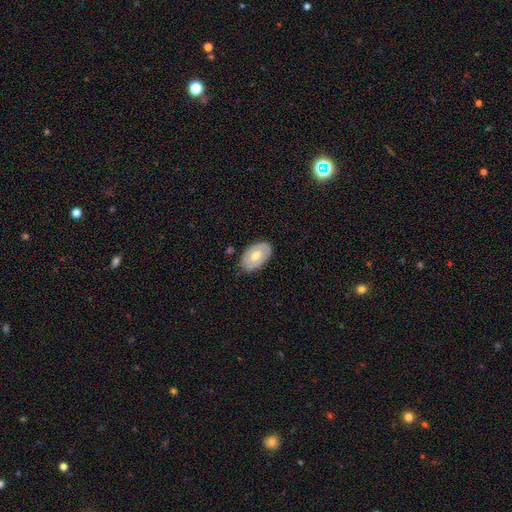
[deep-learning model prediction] Smooth or featured: featured or disk — 51% (smooth — 43%)
Edge-on disk: no — 91% (yes — 9%)
Merging: none — 80% (minor disturbance — 15%)